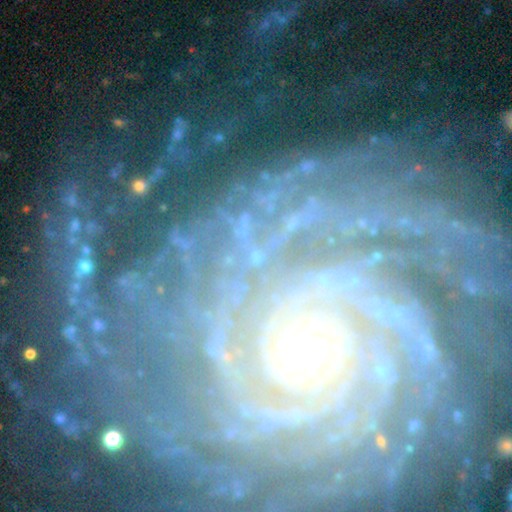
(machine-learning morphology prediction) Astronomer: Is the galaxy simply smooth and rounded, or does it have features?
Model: featured or disk — 75%.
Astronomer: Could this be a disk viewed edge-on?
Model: no — 96%.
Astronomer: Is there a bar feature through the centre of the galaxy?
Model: no — 70%.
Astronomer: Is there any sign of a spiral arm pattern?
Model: yes — 93%.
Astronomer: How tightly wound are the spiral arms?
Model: tight — 74%.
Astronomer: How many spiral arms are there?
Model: can't tell — 27% (runner-up: more than 4, 20%).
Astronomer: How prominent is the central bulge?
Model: small — 64%.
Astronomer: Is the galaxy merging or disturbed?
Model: none — 65%.